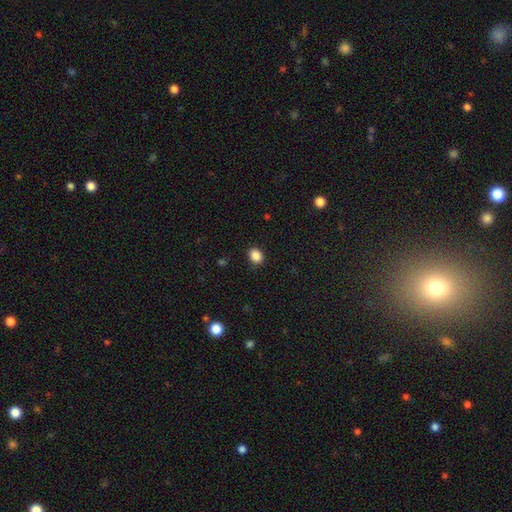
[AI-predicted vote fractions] Smooth or featured? smooth (87%)
How rounded? round (50%)
Merging? none (86%)